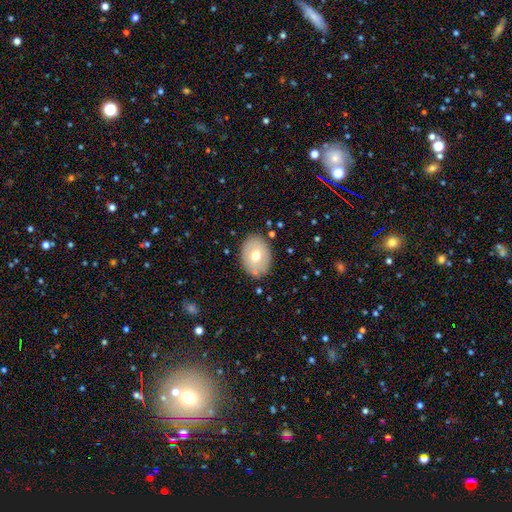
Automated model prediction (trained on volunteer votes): Morphology: type=smooth (65%); roundness=in between (68%); merging=none (84%).